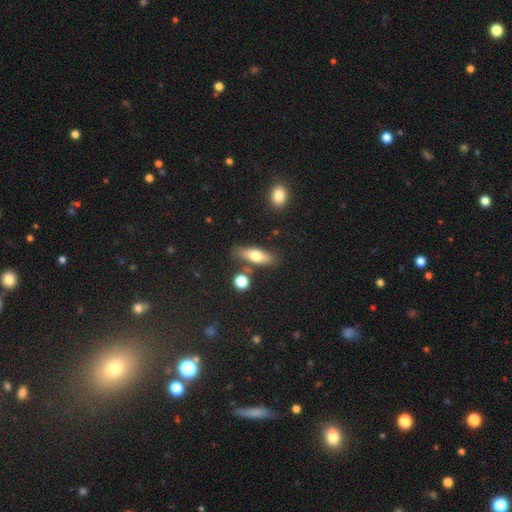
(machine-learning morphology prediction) This appears to be a smooth galaxy with no disk features (65%) that is in between round and cigar-shaped (58%). Merging: none (75%).